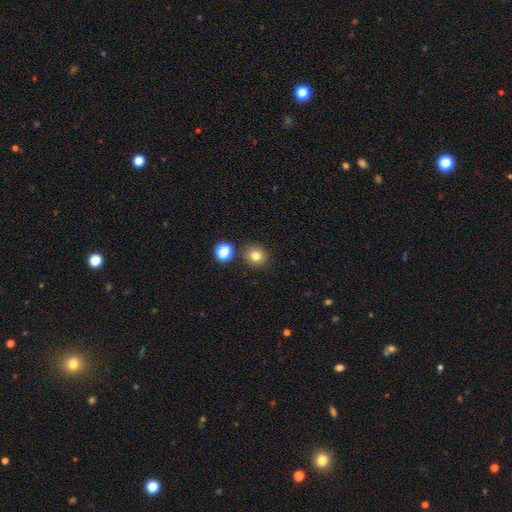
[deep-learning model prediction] Smooth or featured?
  - smooth: 79% *
  - star or artifact: 14%
  - featured or disk: 7%
How rounded?
  - round: 90% *
  - in between: 9%
  - cigar-shaped: 1%
Merging?
  - none: 86% *
  - minor disturbance: 7%
  - merger: 5%
  - major disturbance: 2%